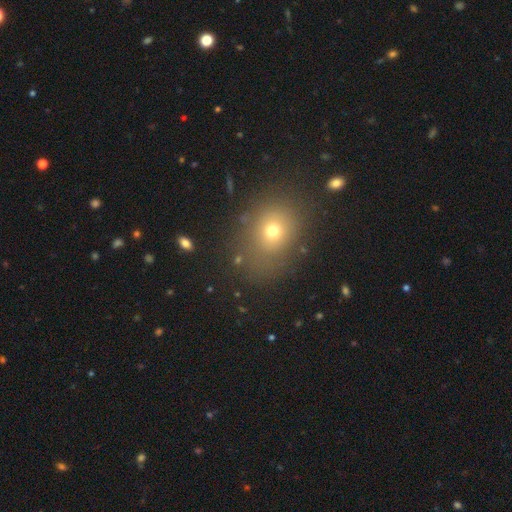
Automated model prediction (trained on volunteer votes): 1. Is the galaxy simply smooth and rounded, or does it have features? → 64% smooth, 26% star or artifact, 10% featured or disk.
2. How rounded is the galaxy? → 57% round, 42% in between, 1% cigar-shaped.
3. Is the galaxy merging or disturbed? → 83% none, 10% minor disturbance, 4% major disturbance, 2% merger.